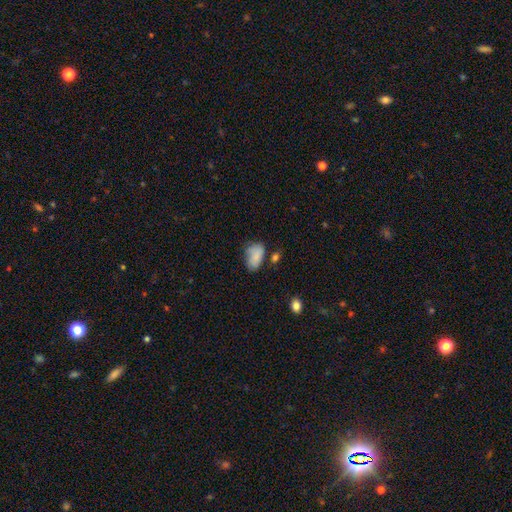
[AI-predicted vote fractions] A smooth galaxy with no disk features (84%) that is in between round and cigar-shaped (91%). Merging: none (52%).